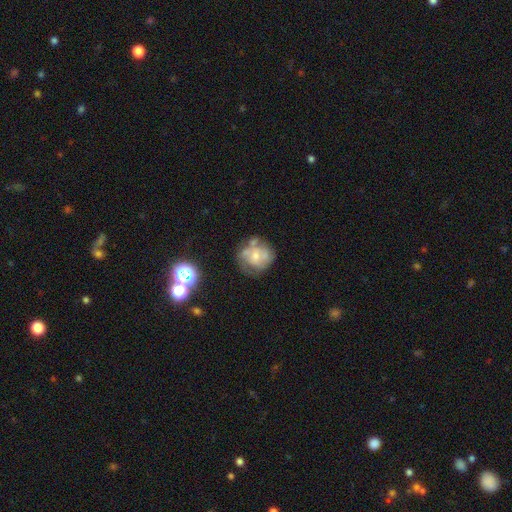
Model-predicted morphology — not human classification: Smooth or featured?
  - featured or disk: 54% *
  - smooth: 36%
  - star or artifact: 10%
Edge-on disk?
  - no: 97% *
  - yes: 3%
Bar?
  - no: 78% *
  - weak: 19%
  - strong: 4%
Spiral arms?
  - no: 55% *
  - yes: 45%
Bulge size?
  - small: 47% *
  - moderate: 42%
  - none: 6%
  - large: 3%
  - dominant: 1%
Merging?
  - none: 49% *
  - minor disturbance: 25%
  - major disturbance: 16%
  - merger: 11%